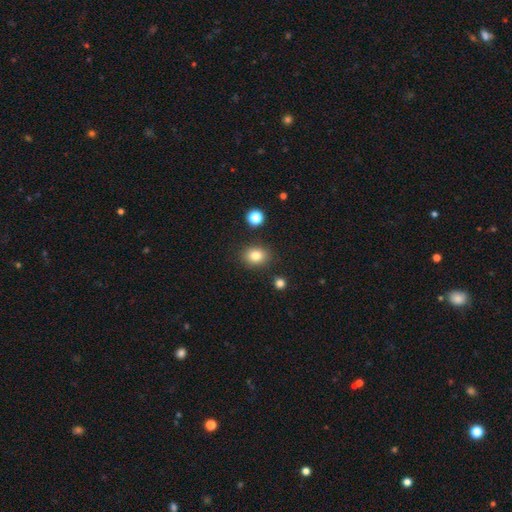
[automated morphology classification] Q: Smooth or featured?
A: smooth (82%); runner-up: star or artifact (11%)
Q: How rounded?
A: in between (51%); runner-up: round (48%)
Q: Merging?
A: none (84%); runner-up: minor disturbance (9%)